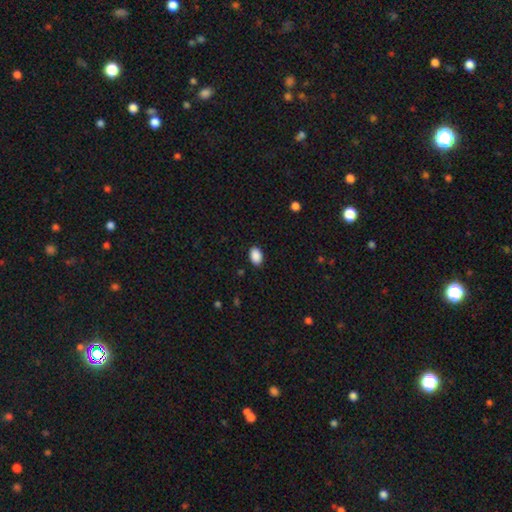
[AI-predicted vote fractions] A smooth galaxy with no disk features (90%) that is in between round and cigar-shaped (86%). Merging: none (89%).